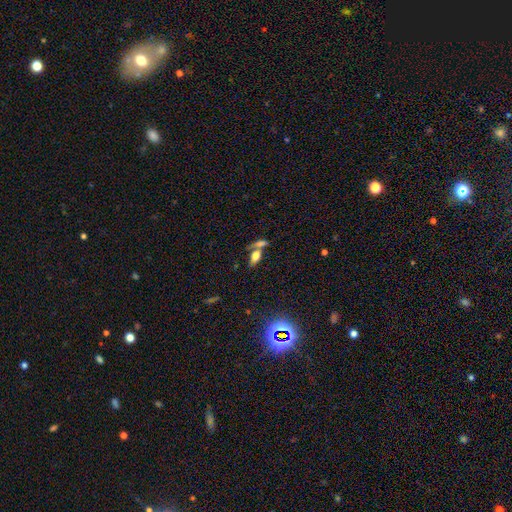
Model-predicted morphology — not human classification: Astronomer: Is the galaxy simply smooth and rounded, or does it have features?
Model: smooth — 63%.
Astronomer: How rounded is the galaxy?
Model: in between — 78%.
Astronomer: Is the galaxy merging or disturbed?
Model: none — 43%, tied with merger at 43%.